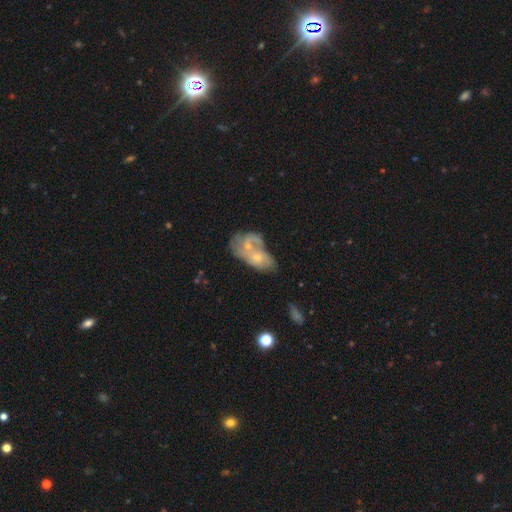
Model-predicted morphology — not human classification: Q: Smooth or featured?
A: featured or disk (59%); runner-up: smooth (31%)
Q: Edge-on disk?
A: no (95%); runner-up: yes (5%)
Q: Bar?
A: no (76%); runner-up: weak (20%)
Q: Spiral arms?
A: yes (60%); runner-up: no (40%)
Q: Bulge size?
A: small (64%); runner-up: moderate (28%)
Q: Merging?
A: merger (62%); runner-up: none (19%)